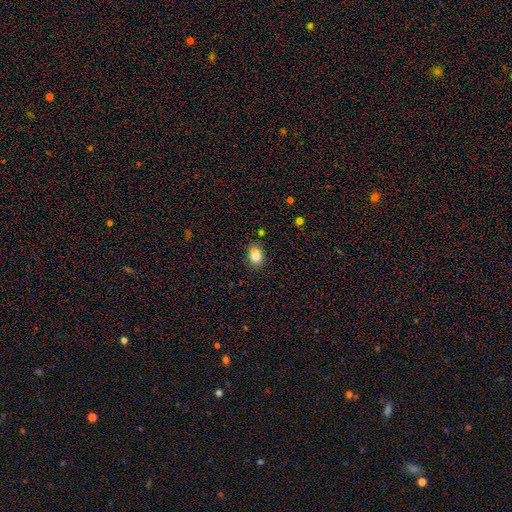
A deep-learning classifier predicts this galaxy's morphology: Smooth or featured? smooth (80%)
How rounded? round (53%)
Merging? none (78%)